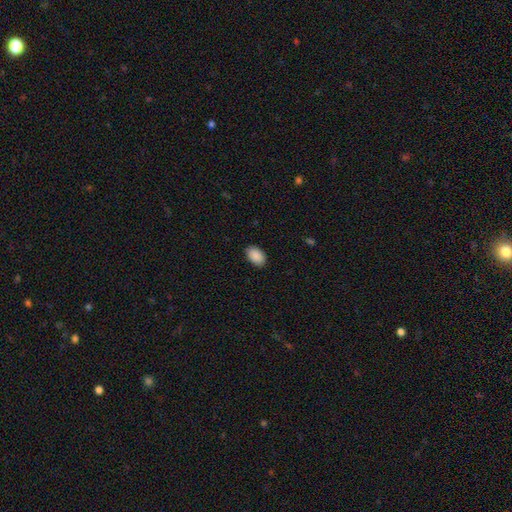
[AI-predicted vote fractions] This is clearly a smooth galaxy (90%). How rounded: clearly in between (90%). Merging: clearly none (88%).